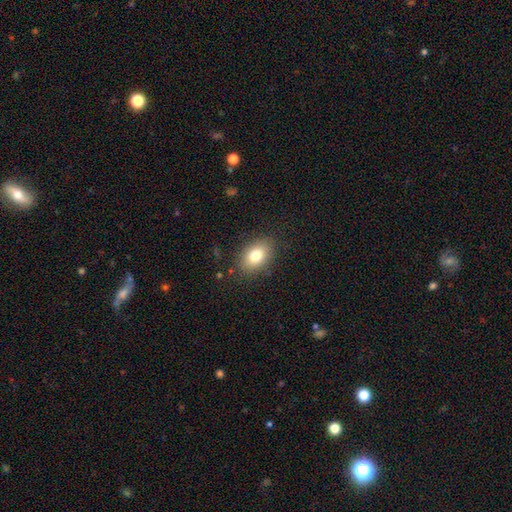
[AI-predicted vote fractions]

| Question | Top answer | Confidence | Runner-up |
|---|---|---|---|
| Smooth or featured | smooth | 78% | featured or disk (12%) |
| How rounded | in between | 79% | round (19%) |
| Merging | none | 85% | minor disturbance (10%) |